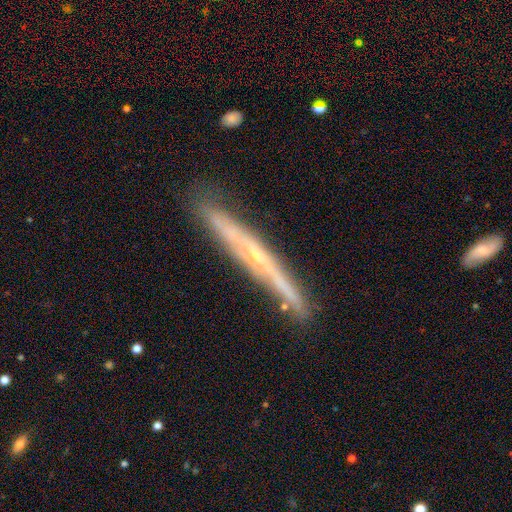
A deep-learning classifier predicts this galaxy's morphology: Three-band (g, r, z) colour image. It shows a featured or disk galaxy (77%) viewed edge-on (92%) with a rounded central bulge (54%). Merging: none (82%).